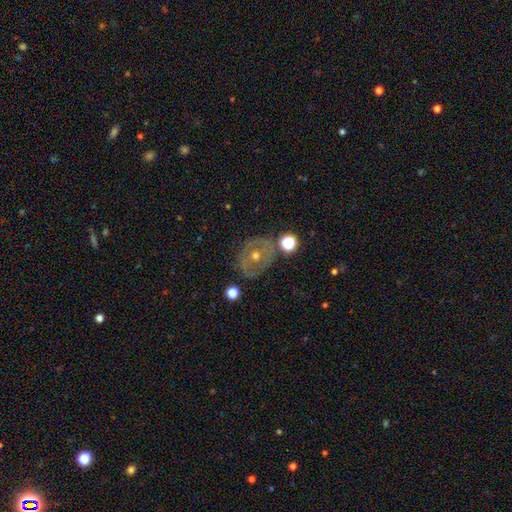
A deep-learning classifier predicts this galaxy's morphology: Q: Smooth or featured?
A: featured or disk (64%); runner-up: smooth (25%)
Q: Edge-on disk?
A: no (94%); runner-up: yes (6%)
Q: Bar?
A: no (77%); runner-up: weak (17%)
Q: Spiral arms?
A: no (61%); runner-up: yes (39%)
Q: Bulge size?
A: moderate (64%); runner-up: small (31%)
Q: Merging?
A: none (75%); runner-up: minor disturbance (14%)